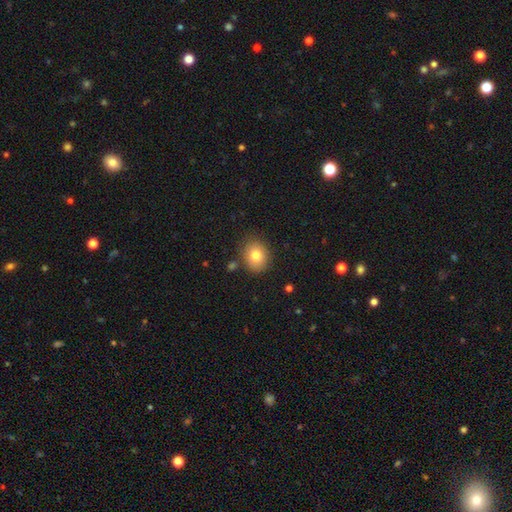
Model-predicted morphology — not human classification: A smooth galaxy with no disk features (80%) that is round (62%).

Vote fractions:
- Smooth or featured? smooth: 80% / featured or disk: 10% / star or artifact: 10%
- How rounded? round: 62% / in between: 38% / cigar-shaped: 1%
- Merging? none: 84% / minor disturbance: 10% / merger: 3% / major disturbance: 3%